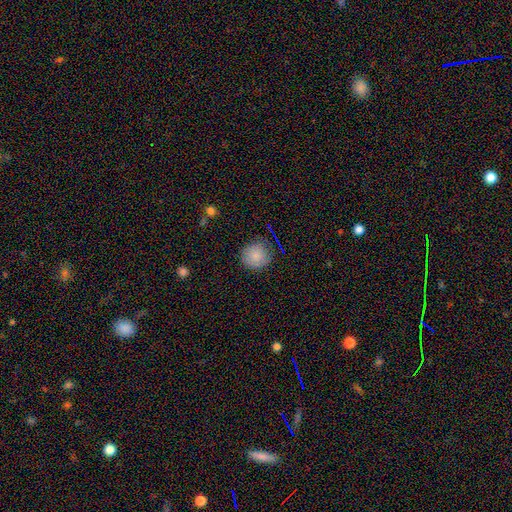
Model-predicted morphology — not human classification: Smooth or featured? Predicted: smooth (p=0.82). How rounded? Predicted: round (p=0.91). Merging? Predicted: none (p=0.80).